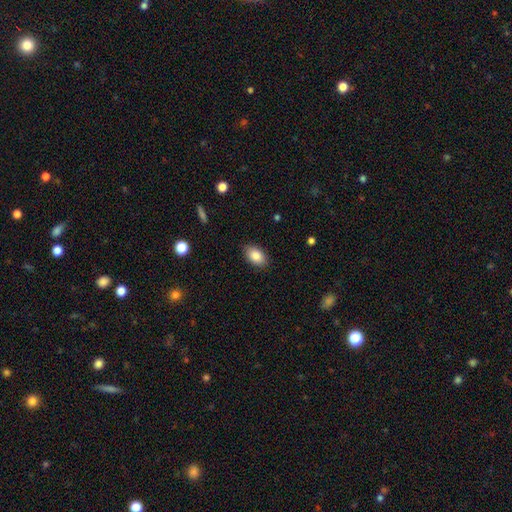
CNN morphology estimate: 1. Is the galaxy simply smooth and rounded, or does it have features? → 86% smooth, 7% star or artifact, 7% featured or disk.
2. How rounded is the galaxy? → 90% in between, 9% round, 1% cigar-shaped.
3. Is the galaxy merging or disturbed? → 86% none, 10% minor disturbance, 2% major disturbance, 1% merger.